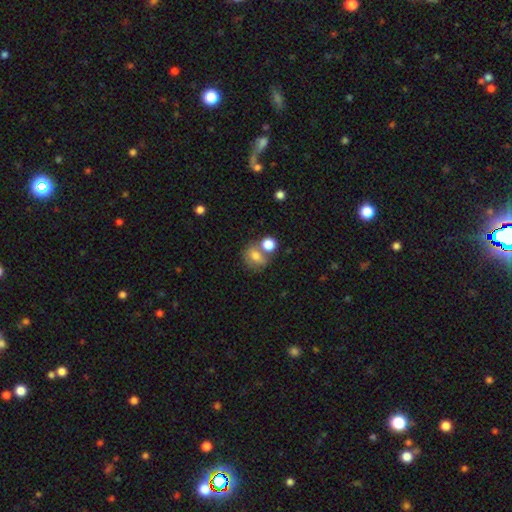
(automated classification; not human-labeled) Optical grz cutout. It shows a smooth galaxy with no disk features (70%) that is round (62%). Merging: none (45%).